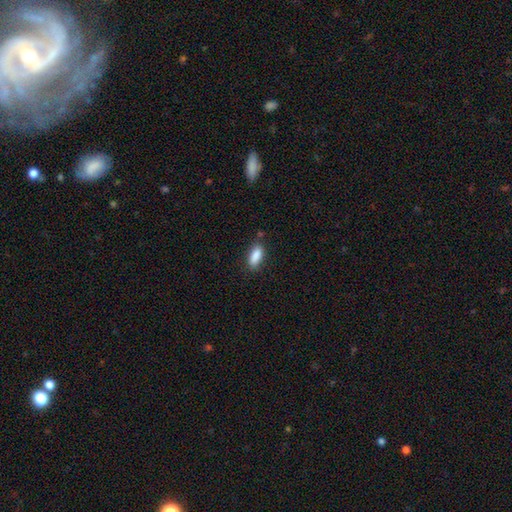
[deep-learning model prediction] This is clearly a smooth galaxy (87%). How rounded: clearly in between (81%). Merging: likely none (79%).